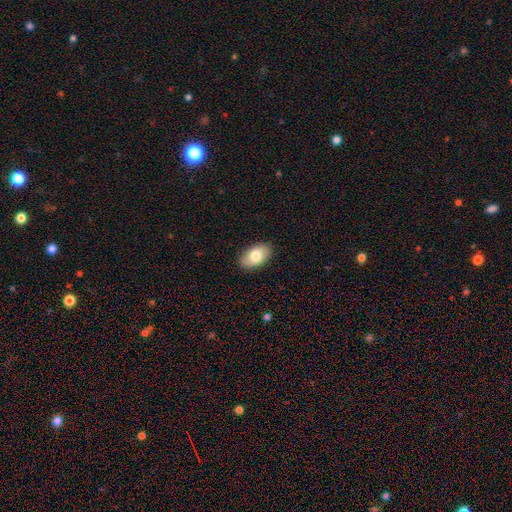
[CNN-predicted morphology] This appears to be a smooth galaxy with no disk features (79%) that is in between round and cigar-shaped (93%). Merging: none (87%).